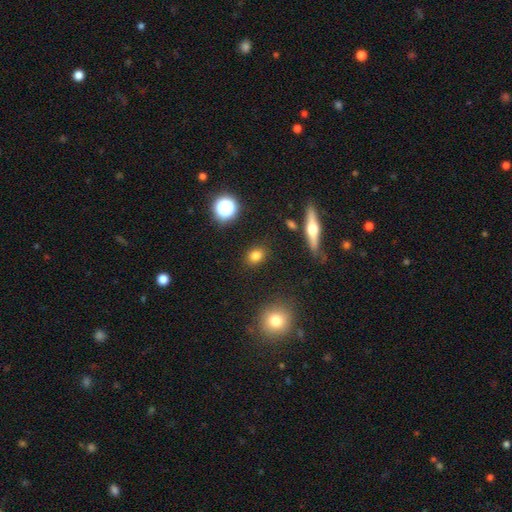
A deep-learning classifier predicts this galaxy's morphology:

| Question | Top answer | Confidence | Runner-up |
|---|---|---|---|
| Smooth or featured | smooth | 79% | star or artifact (13%) |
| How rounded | in between | 50% | round (47%) |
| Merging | none | 87% | minor disturbance (8%) |